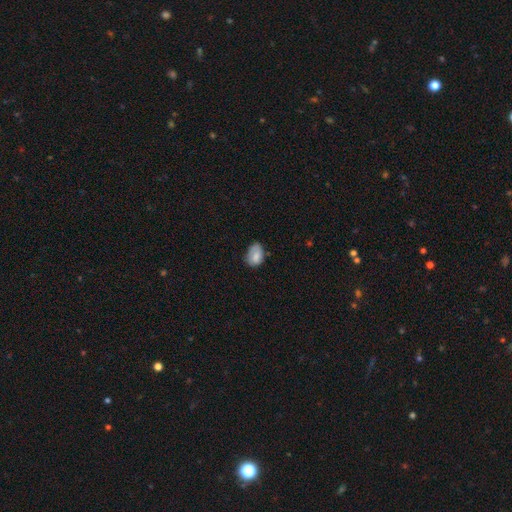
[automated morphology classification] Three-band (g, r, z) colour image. It shows a smooth galaxy with no disk features (80%) that is in between round and cigar-shaped (83%). Merging: none (52%).